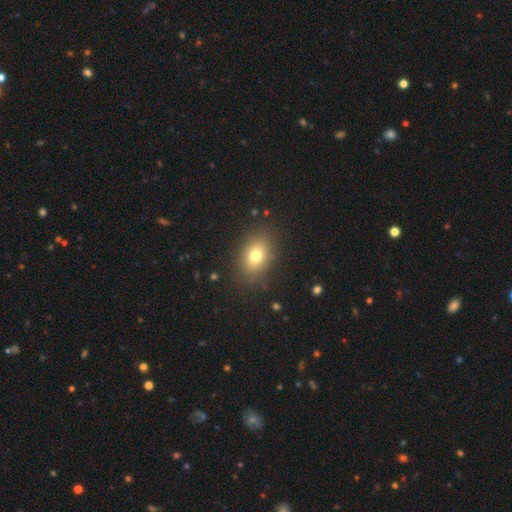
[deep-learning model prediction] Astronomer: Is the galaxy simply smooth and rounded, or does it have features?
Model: smooth — 75%.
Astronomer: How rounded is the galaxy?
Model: in between — 69%.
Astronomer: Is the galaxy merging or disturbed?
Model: none — 86%.